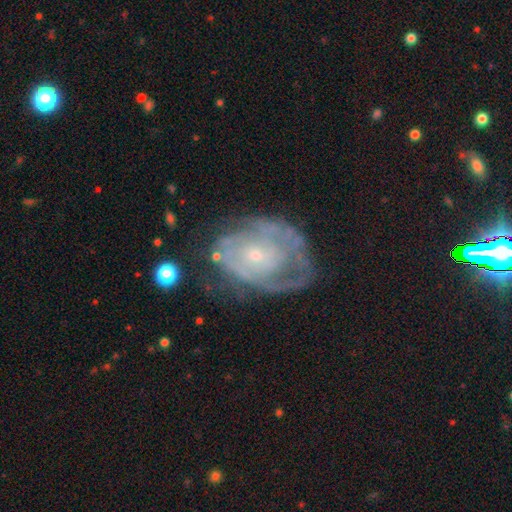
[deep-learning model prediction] Q: Smooth or featured?
A: featured or disk (77%); runner-up: smooth (16%)
Q: Edge-on disk?
A: no (97%); runner-up: yes (3%)
Q: Bar?
A: no (77%); runner-up: weak (19%)
Q: Spiral arms?
A: yes (76%); runner-up: no (24%)
Q: Spiral winding?
A: tight (61%); runner-up: medium (28%)
Q: Spiral arm count?
A: can't tell (54%); runner-up: 2 (19%)
Q: Bulge size?
A: small (74%); runner-up: moderate (21%)
Q: Merging?
A: none (53%); runner-up: minor disturbance (26%)